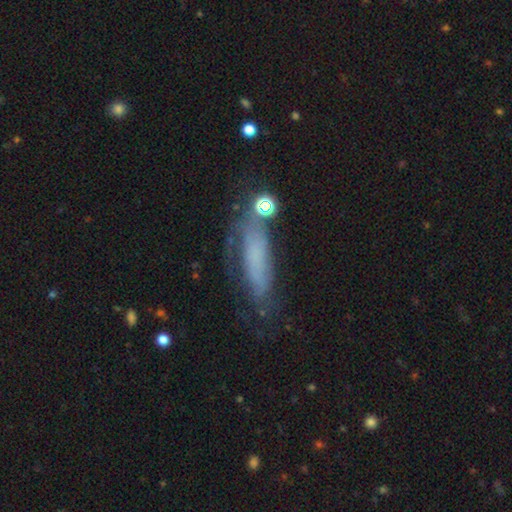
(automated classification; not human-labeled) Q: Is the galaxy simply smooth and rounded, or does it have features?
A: smooth — 50%.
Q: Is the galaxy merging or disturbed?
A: none — 53%.